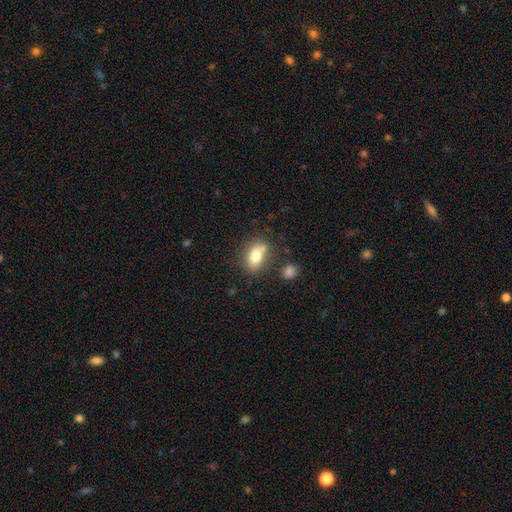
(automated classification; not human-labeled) Overall: smooth (76%). How rounded: in between (81%). Merging: none (63%).